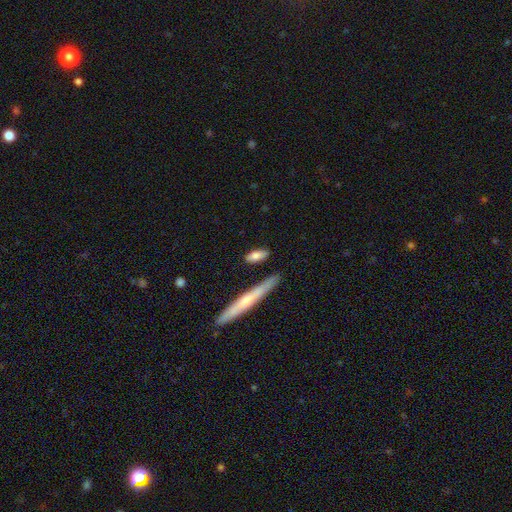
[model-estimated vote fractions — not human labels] smooth_or_featured: smooth (p=0.77) [alt: featured or disk p=0.17]
how_rounded: in between (p=0.62) [alt: cigar-shaped p=0.35]
merging: none (p=0.79) [alt: minor disturbance p=0.13]